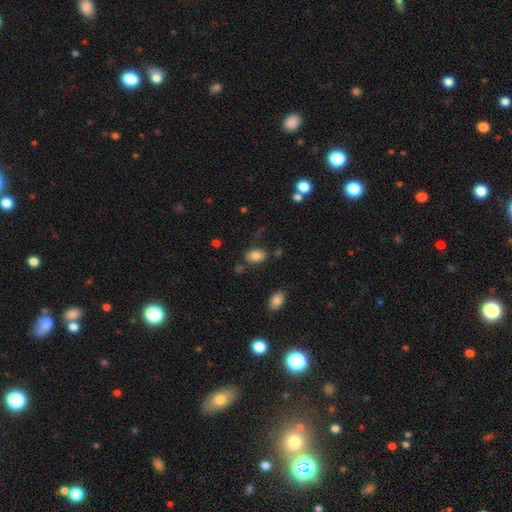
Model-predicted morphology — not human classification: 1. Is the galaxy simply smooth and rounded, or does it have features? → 83% smooth, 9% star or artifact, 9% featured or disk.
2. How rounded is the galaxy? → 91% in between, 7% round, 2% cigar-shaped.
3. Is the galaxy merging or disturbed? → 77% none, 14% minor disturbance, 5% merger, 4% major disturbance.